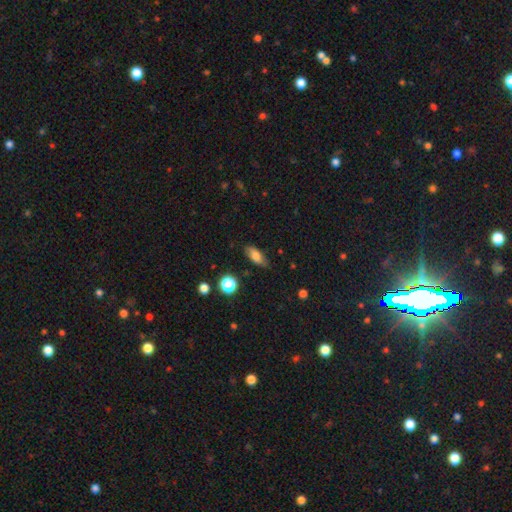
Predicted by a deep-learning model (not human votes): Smooth or featured? Predicted: smooth (p=0.75). How rounded? Predicted: in between (p=0.80). Merging? Predicted: none (p=0.79).